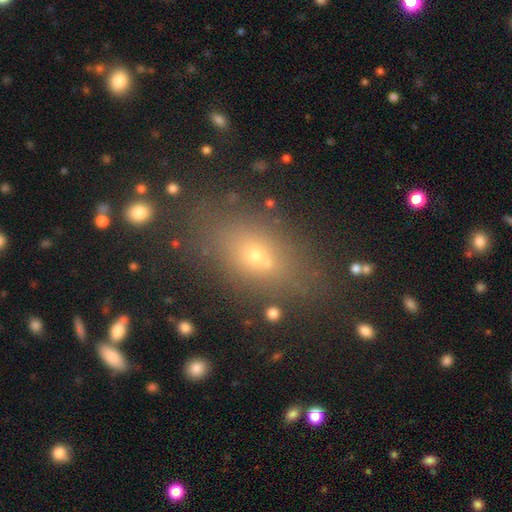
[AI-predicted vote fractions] A smooth galaxy with no disk features (58%) that is in between round and cigar-shaped (69%). Merging: none (68%).